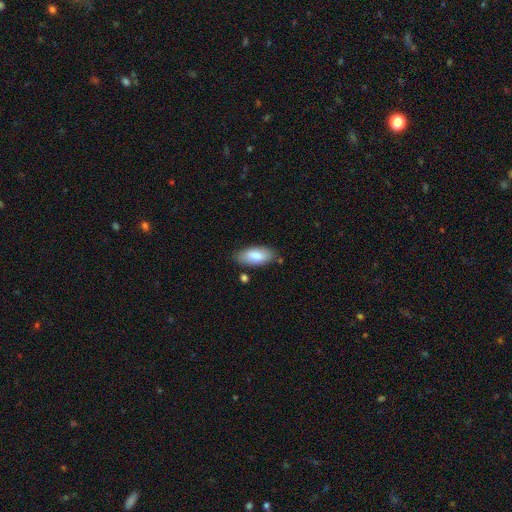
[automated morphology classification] smooth-or-featured: smooth: 83% | featured or disk: 11% | star or artifact: 6%
  how-rounded: in between: 89% | cigar-shaped: 9% | round: 2%
  merging: none: 79% | minor disturbance: 14% | merger: 3% | major disturbance: 3%